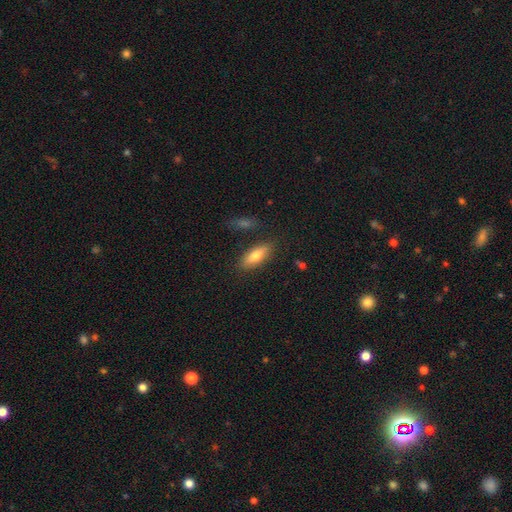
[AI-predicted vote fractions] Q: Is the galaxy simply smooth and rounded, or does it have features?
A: smooth — 72%.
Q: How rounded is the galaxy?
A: in between — 63%.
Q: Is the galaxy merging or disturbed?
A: none — 82%.